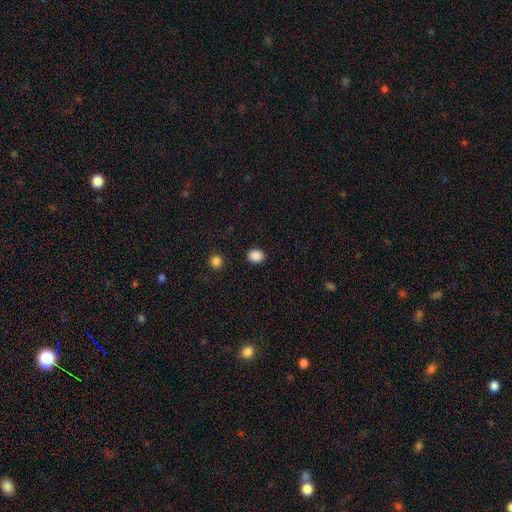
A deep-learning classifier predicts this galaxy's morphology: smooth 88%, star or artifact 10%, featured or disk 3%. Down the decision tree: how rounded — round (66%); merging — none (90%).